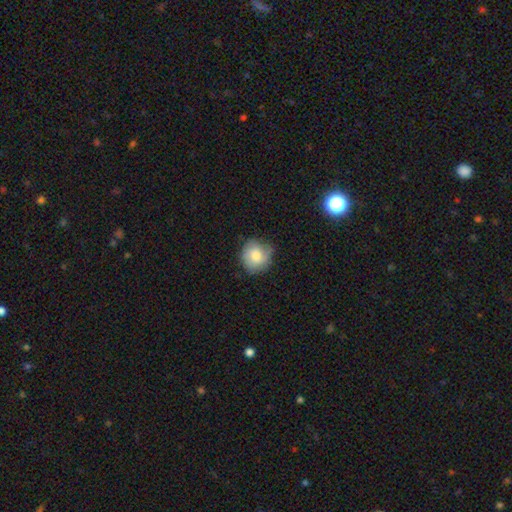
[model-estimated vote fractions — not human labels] smooth_or_featured: smooth (p=0.68) [alt: featured or disk p=0.25]
how_rounded: round (p=0.83) [alt: in between p=0.16]
merging: none (p=0.62) [alt: minor disturbance p=0.29]